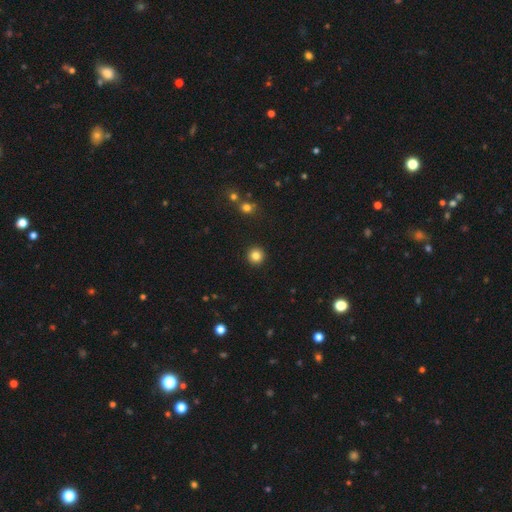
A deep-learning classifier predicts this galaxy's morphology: The model was most divided on "smooth or featured": smooth: 84%, star or artifact: 11%, featured or disk: 5%. More confident: how rounded — round (95%); merging — none (93%).